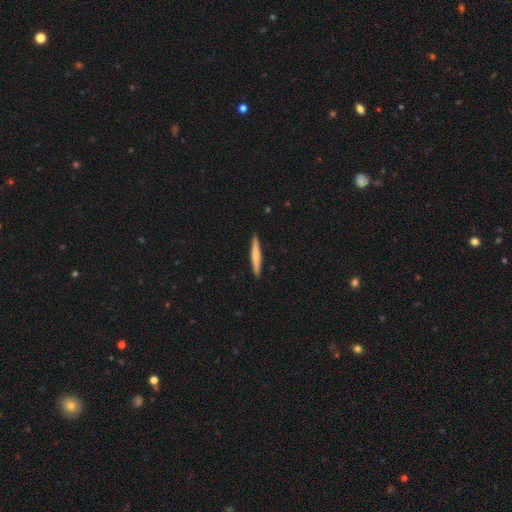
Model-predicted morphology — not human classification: smooth-or-featured: smooth: 61% | featured or disk: 34% | star or artifact: 5%
  how-rounded: cigar-shaped: 96% | in between: 3% | round: 1%
  merging: none: 91% | minor disturbance: 6% | major disturbance: 1% | merger: 1%